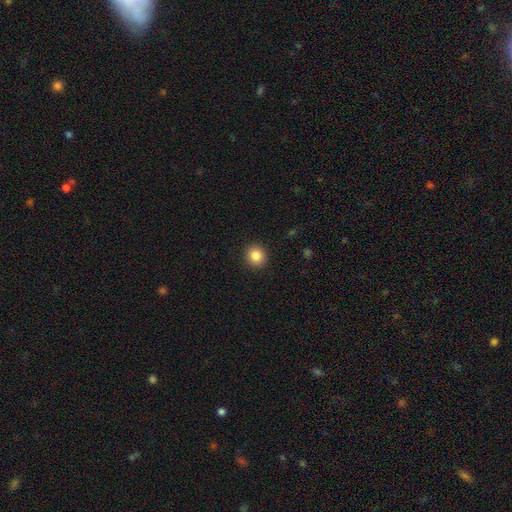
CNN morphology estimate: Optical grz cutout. It shows a smooth galaxy with no disk features (86%) that is round (90%). Merging: none (92%).